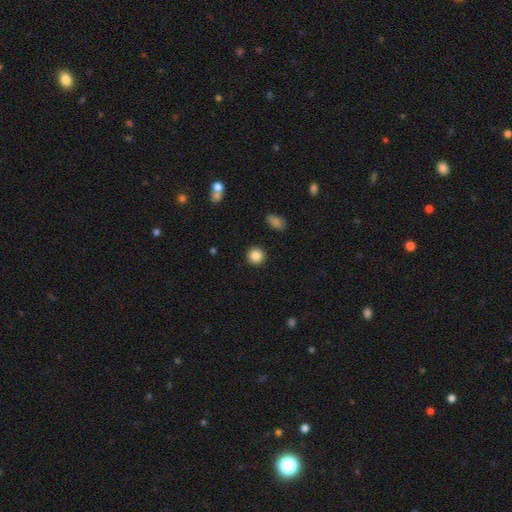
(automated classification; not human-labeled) A smooth galaxy with no disk features (86%) that is round (92%). Merging: none (91%).